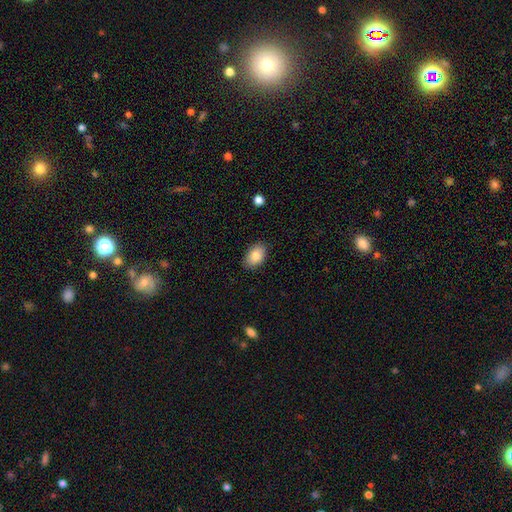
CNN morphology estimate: smooth_or_featured: smooth (p=0.84) [alt: featured or disk p=0.08]
how_rounded: in between (p=0.89) [alt: round p=0.10]
merging: none (p=0.86) [alt: minor disturbance p=0.11]